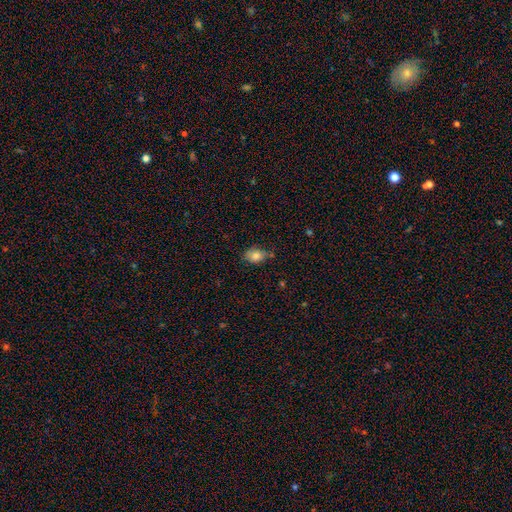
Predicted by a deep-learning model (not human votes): The model was most divided on "merging": none: 64%, minor disturbance: 27%, major disturbance: 5%, merger: 4%. More confident: smooth or featured — smooth (82%); how rounded — in between (71%).